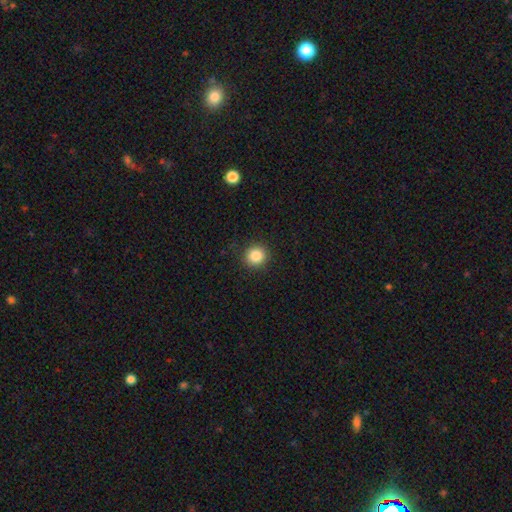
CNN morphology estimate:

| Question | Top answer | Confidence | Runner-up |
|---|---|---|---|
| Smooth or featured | smooth | 85% | star or artifact (11%) |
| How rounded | round | 92% | in between (7%) |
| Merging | none | 91% | minor disturbance (6%) |